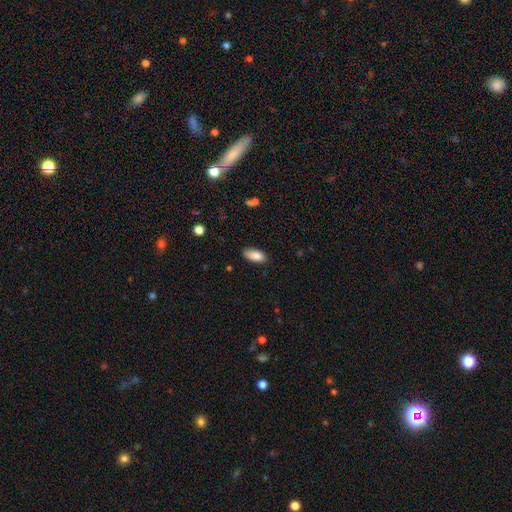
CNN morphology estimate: Smooth or featured: smooth — 87% (star or artifact — 7%)
How rounded: in between — 90% (cigar-shaped — 7%)
Merging: none — 83% (minor disturbance — 14%)